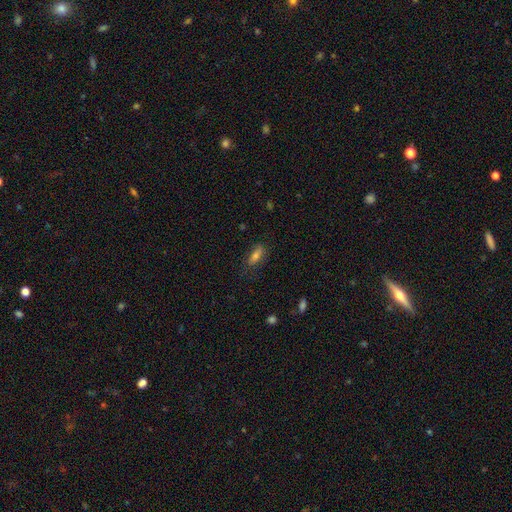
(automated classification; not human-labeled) Q: Smooth or featured?
A: smooth (70%); runner-up: featured or disk (18%)
Q: How rounded?
A: in between (62%); runner-up: cigar-shaped (34%)
Q: Merging?
A: none (73%); runner-up: minor disturbance (19%)